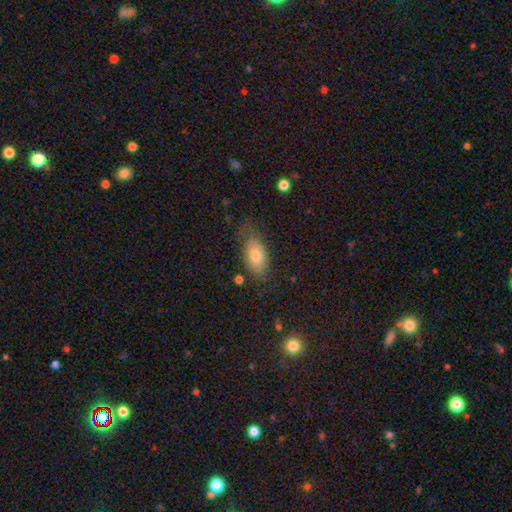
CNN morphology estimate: A smooth galaxy with no disk features (74%) that is in between round and cigar-shaped (90%).

Vote fractions:
- Smooth or featured? smooth: 74% / featured or disk: 18% / star or artifact: 8%
- How rounded? in between: 90% / round: 5% / cigar-shaped: 5%
- Merging? none: 61% / minor disturbance: 27% / major disturbance: 10% / merger: 2%